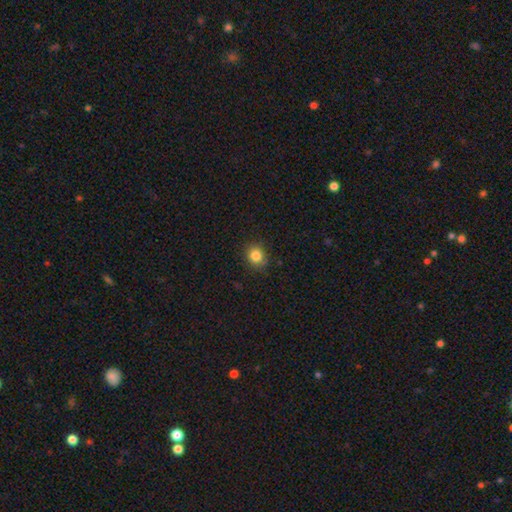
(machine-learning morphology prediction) The model was most divided on "how rounded": round: 77%, in between: 22%, cigar-shaped: 1%. More confident: smooth or featured — smooth (84%); merging — none (84%).